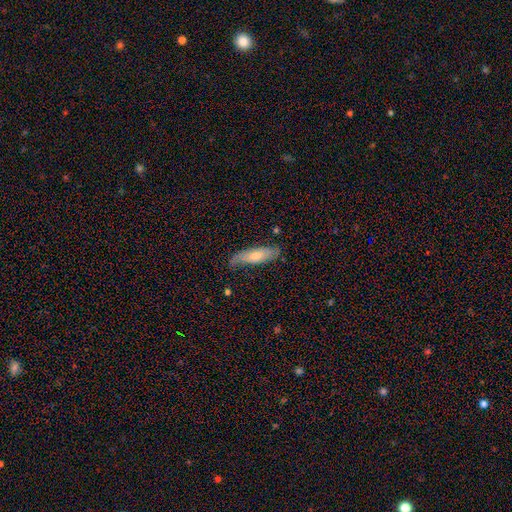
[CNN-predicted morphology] smooth-or-featured: smooth: 52% | featured or disk: 42% | star or artifact: 7%
  how-rounded: cigar-shaped: 54% | in between: 44% | round: 2%
  merging: none: 69% | minor disturbance: 23% | major disturbance: 6% | merger: 2%